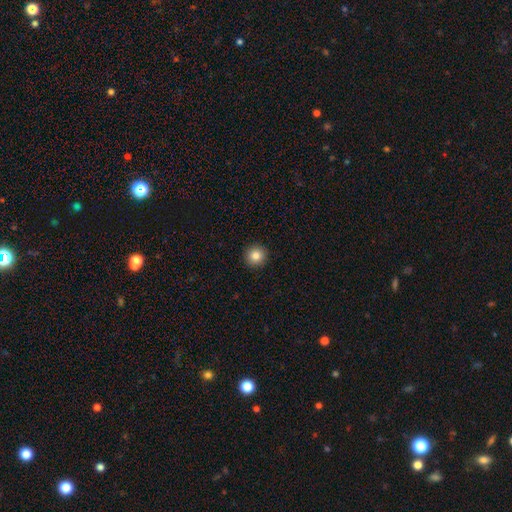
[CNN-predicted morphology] Smooth or featured: smooth — 84% (star or artifact — 10%)
How rounded: round — 95% (in between — 4%)
Merging: none — 93% (minor disturbance — 4%)